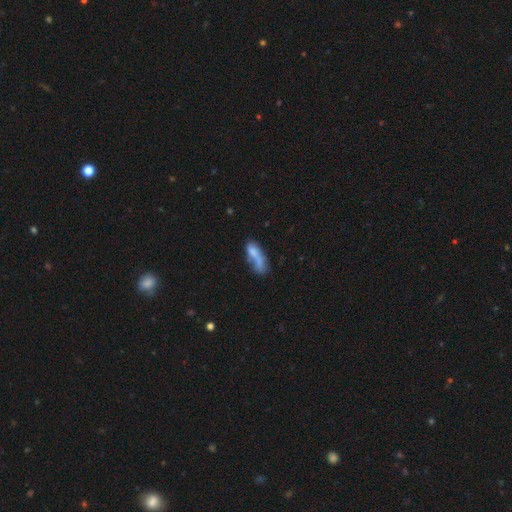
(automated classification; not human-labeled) Overall: smooth (63%; featured or disk 28%). How rounded: in between (62%; cigar-shaped 33%). Merging: merger (33%; none 28%).